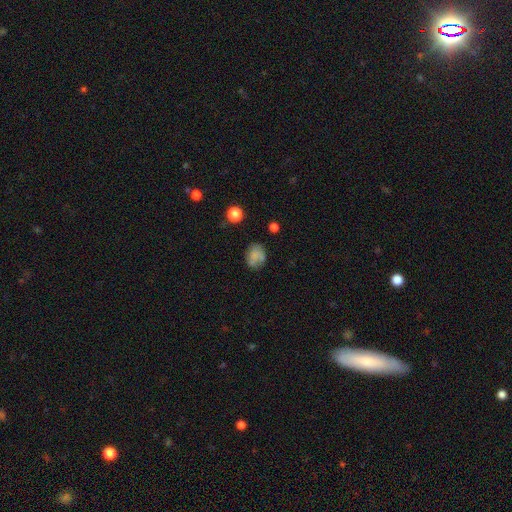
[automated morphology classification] A smooth galaxy with no disk features (72%) that is in between round and cigar-shaped (56%). Merging: none (58%).